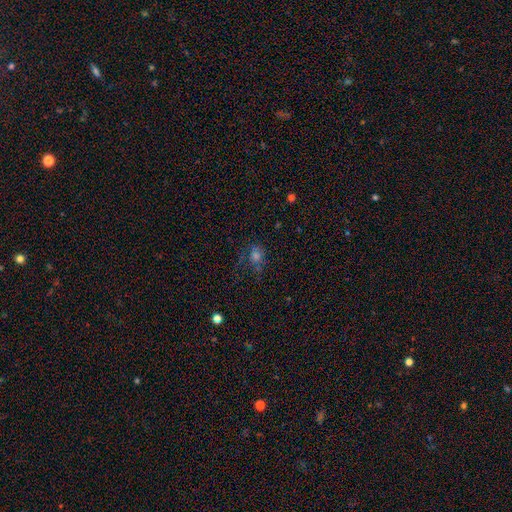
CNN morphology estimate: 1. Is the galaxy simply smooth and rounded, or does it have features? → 48% smooth, 32% star or artifact, 21% featured or disk.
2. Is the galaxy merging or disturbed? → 55% none, 21% major disturbance, 21% minor disturbance, 3% merger.